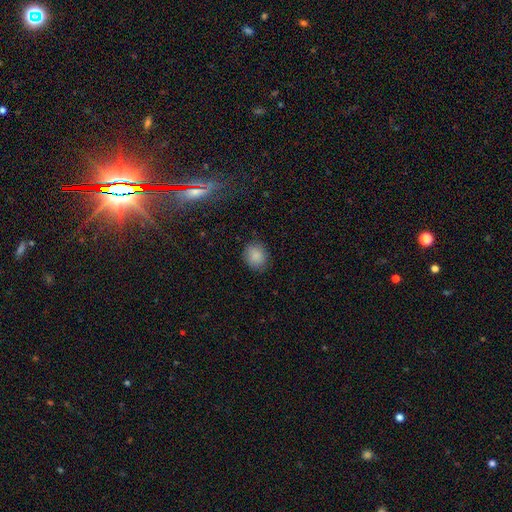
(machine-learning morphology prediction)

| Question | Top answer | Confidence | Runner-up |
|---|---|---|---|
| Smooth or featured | smooth | 86% | star or artifact (9%) |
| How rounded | round | 67% | in between (32%) |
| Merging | none | 84% | minor disturbance (12%) |